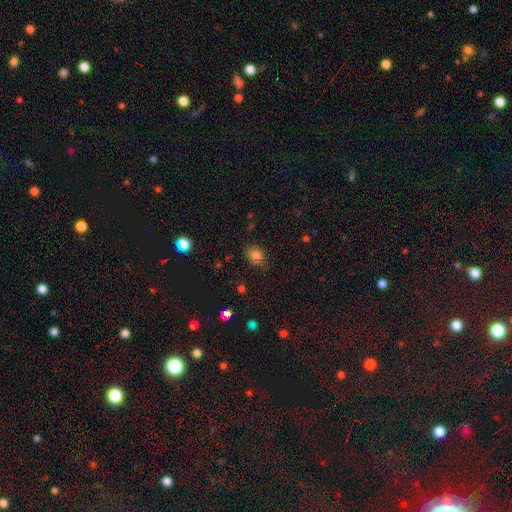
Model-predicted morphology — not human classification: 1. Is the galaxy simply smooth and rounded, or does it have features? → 81% smooth, 12% star or artifact, 7% featured or disk.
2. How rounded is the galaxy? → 55% in between, 44% round, 1% cigar-shaped.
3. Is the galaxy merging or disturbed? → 75% none, 19% minor disturbance, 4% major disturbance, 2% merger.